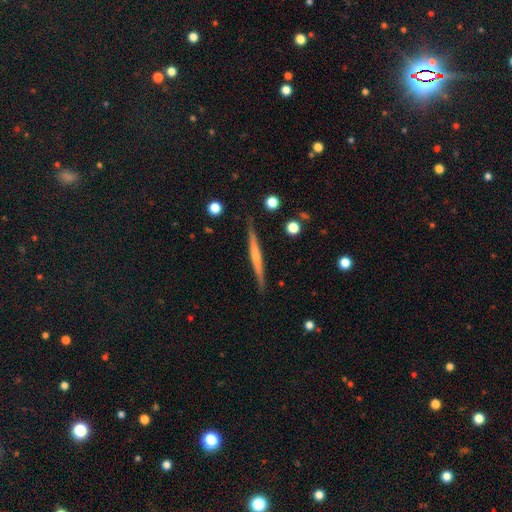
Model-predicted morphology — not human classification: smooth_or_featured: featured or disk (p=0.61) [alt: smooth p=0.33]
disk_edge_on: yes (p=0.97) [alt: no p=0.03]
edge_on_bulge: none (p=0.55) [alt: rounded p=0.38]
merging: none (p=0.88) [alt: minor disturbance p=0.09]